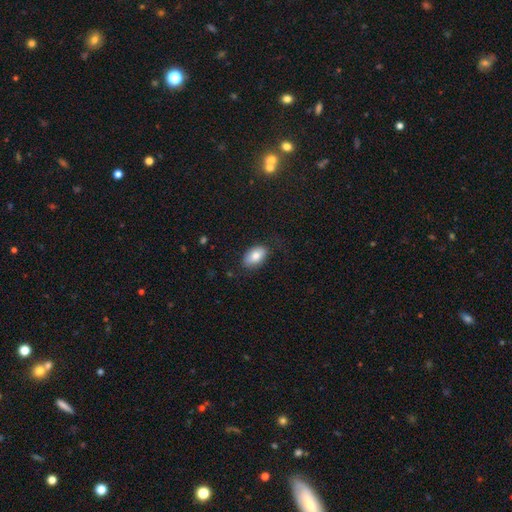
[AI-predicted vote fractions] Smooth or featured?
  - smooth: 82% *
  - featured or disk: 11%
  - star or artifact: 7%
How rounded?
  - in between: 92% *
  - round: 6%
  - cigar-shaped: 1%
Merging?
  - none: 77% *
  - minor disturbance: 17%
  - major disturbance: 5%
  - merger: 1%